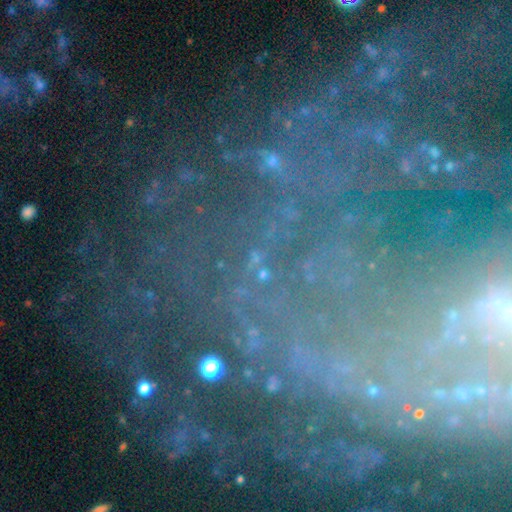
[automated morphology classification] This appears to be a star or artifact, not a galaxy (60%).